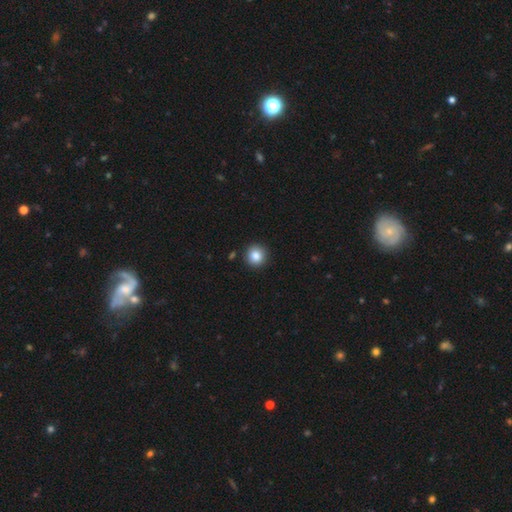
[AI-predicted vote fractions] A smooth galaxy with no disk features (86%) that is round (93%). Merging: none (90%).